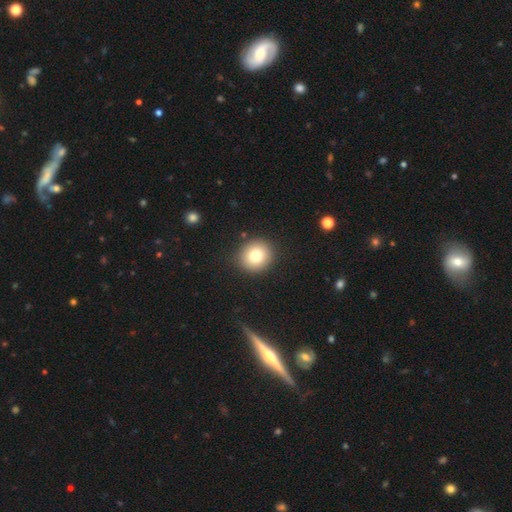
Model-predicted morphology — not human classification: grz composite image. It shows a smooth galaxy with no disk features (79%) that is round (87%). Merging: none (90%).